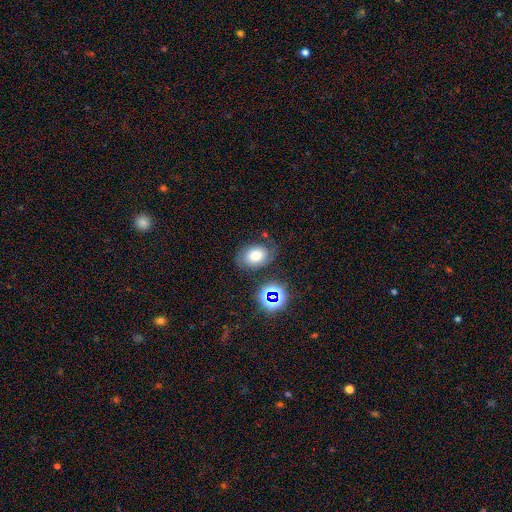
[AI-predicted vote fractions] smooth_or_featured: smooth (p=0.63) [alt: featured or disk p=0.21]
how_rounded: in between (p=0.78) [alt: round p=0.21]
merging: none (p=0.69) [alt: minor disturbance p=0.19]